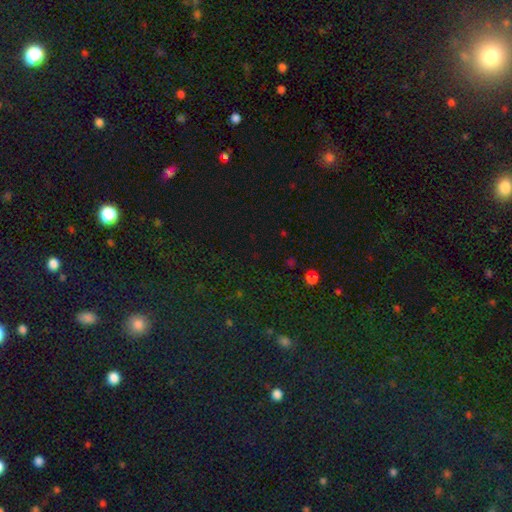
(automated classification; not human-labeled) Smooth or featured: star or artifact — 65% (smooth — 28%)